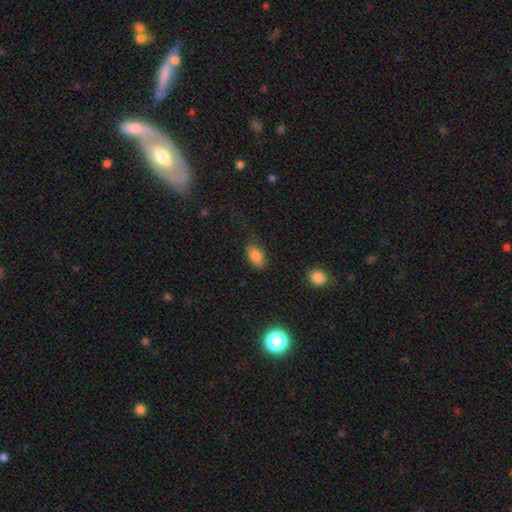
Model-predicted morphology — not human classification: smooth-or-featured: smooth: 83% | star or artifact: 10% | featured or disk: 7%
  how-rounded: in between: 89% | round: 9% | cigar-shaped: 2%
  merging: none: 72% | minor disturbance: 20% | major disturbance: 6% | merger: 2%